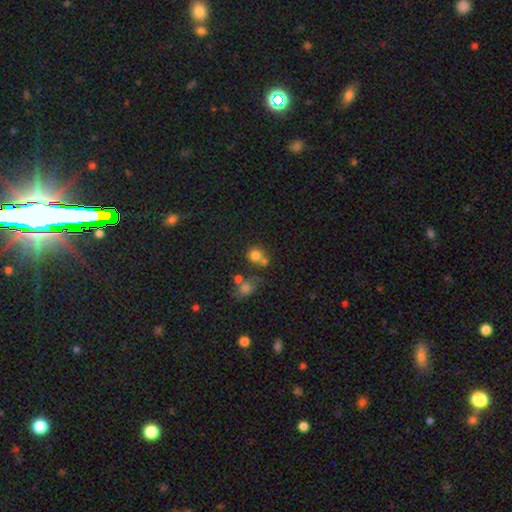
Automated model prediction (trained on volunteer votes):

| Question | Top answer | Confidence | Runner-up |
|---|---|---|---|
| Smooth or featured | smooth | 76% | star or artifact (13%) |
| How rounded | round | 78% | in between (21%) |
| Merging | none | 44% | merger (38%) |